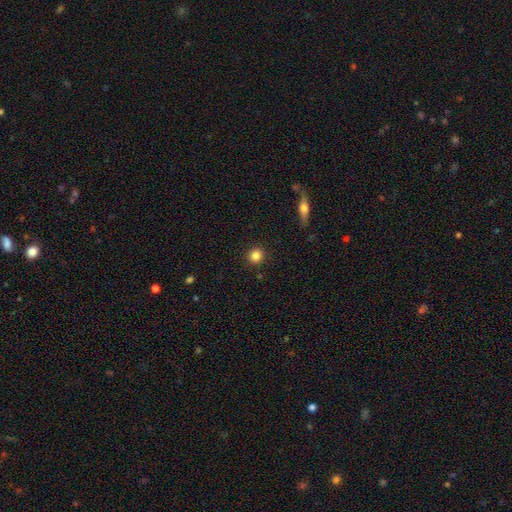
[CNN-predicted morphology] Q: Smooth or featured?
A: smooth (84%); runner-up: star or artifact (10%)
Q: How rounded?
A: round (91%); runner-up: in between (7%)
Q: Merging?
A: none (90%); runner-up: minor disturbance (6%)